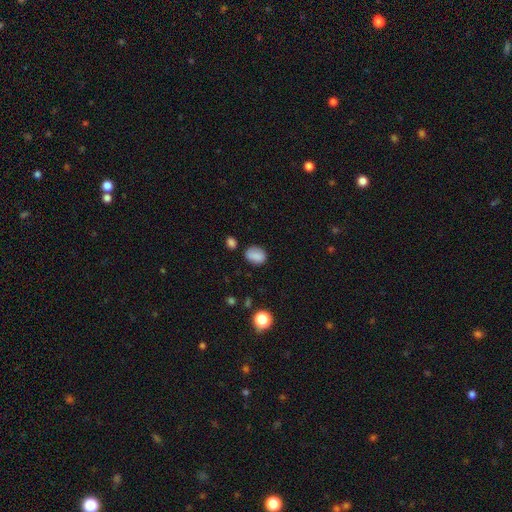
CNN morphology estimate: This is clearly a smooth galaxy (84%). How rounded: likely in between (72%). Merging: likely none (71%).